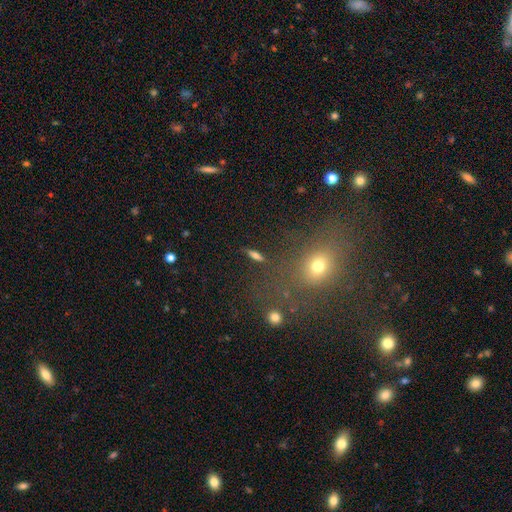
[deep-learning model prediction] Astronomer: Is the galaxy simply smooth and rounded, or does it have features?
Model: smooth — 61%.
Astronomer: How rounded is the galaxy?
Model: cigar-shaped — 53% (runner-up: in between, 38%).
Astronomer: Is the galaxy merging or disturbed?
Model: none — 83%.